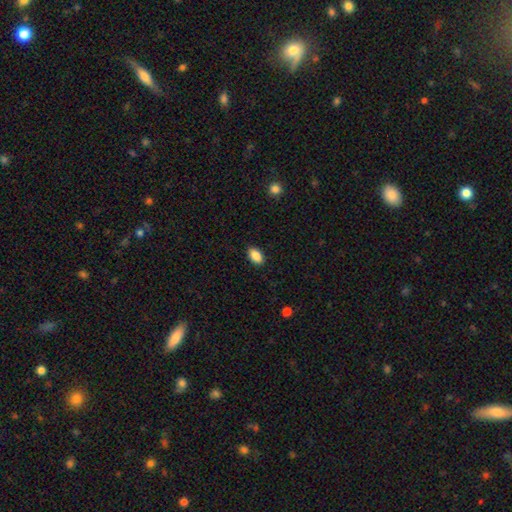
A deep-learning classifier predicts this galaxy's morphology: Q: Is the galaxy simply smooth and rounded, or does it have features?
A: smooth — 88%.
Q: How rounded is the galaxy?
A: in between — 91%.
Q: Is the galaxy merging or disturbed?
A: none — 88%.